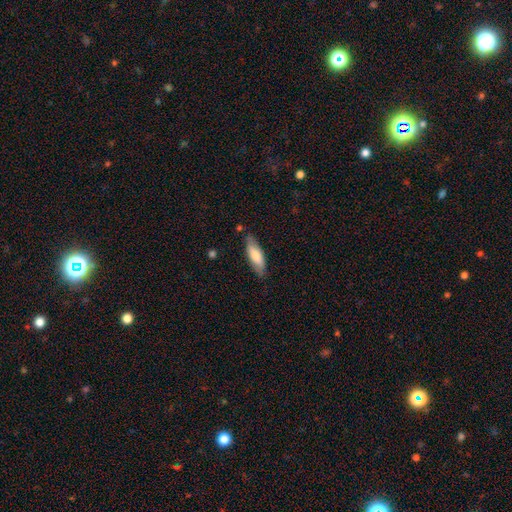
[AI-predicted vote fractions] Smooth or featured? Predicted: smooth (p=0.72). How rounded? Predicted: in between (p=0.57). Merging? Predicted: none (p=0.78).